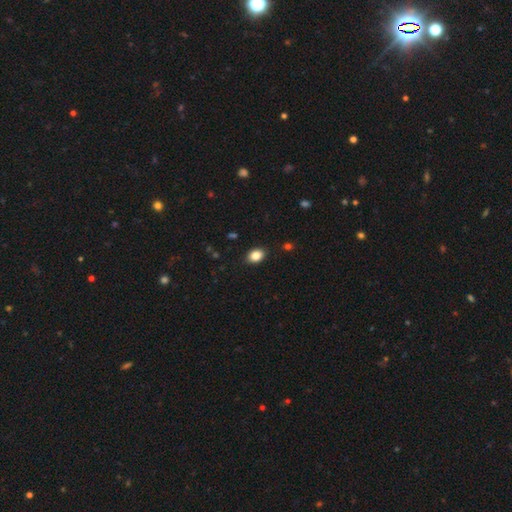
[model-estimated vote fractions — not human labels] Morphology: type=smooth (86%); roundness=in between (73%); merging=none (89%).